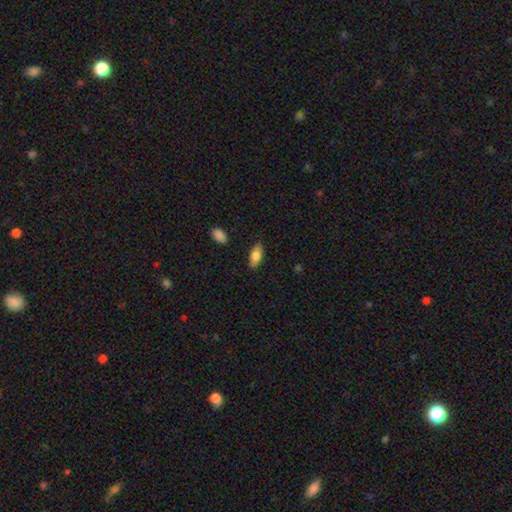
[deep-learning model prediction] A smooth galaxy with no disk features (80%) that is in between round and cigar-shaped (83%).

Vote fractions:
- Smooth or featured? smooth: 80% / featured or disk: 14% / star or artifact: 6%
- How rounded? in between: 83% / cigar-shaped: 14% / round: 2%
- Merging? none: 86% / minor disturbance: 10% / major disturbance: 2% / merger: 1%